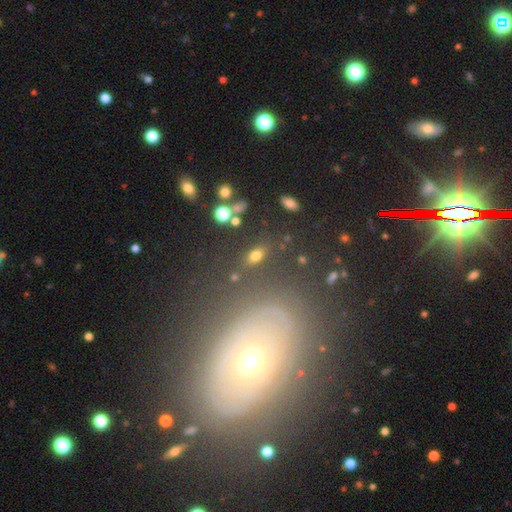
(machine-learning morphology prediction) smooth 71%, star or artifact 16%, featured or disk 13%. Down the decision tree: how rounded — in between (79%); merging — none (78%).